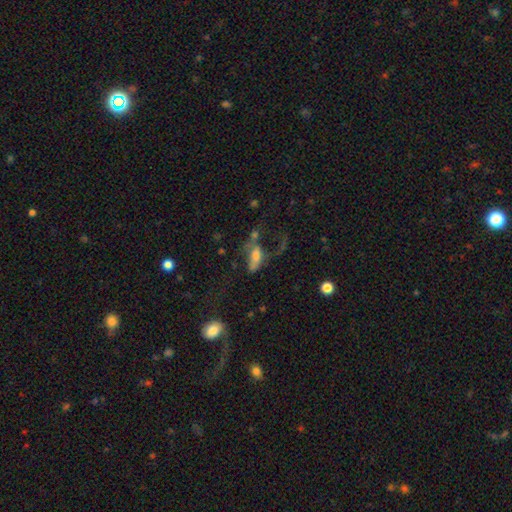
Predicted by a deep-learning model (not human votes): This appears to be a smooth galaxy with no disk features (46%). Merging: major disturbance (46%).